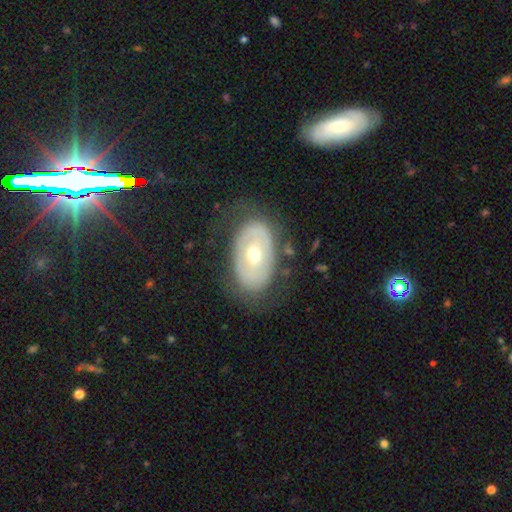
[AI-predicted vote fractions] Smooth or featured? Predicted: featured or disk (p=0.57). Edge-on disk? Predicted: no (p=0.90). Bar? Predicted: no (p=0.79). Spiral arms? Predicted: no (p=0.76). Bulge size? Predicted: moderate (p=0.60). Merging? Predicted: none (p=0.75).